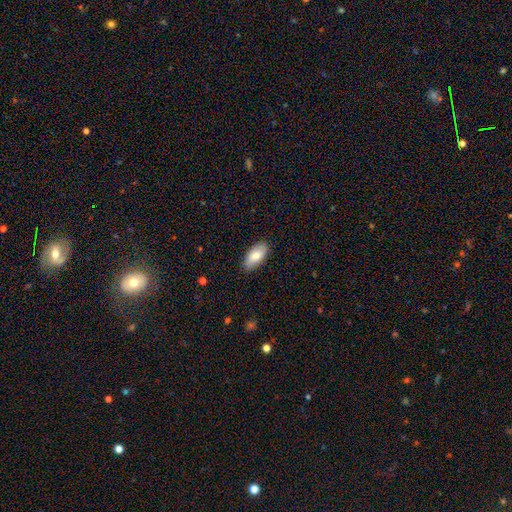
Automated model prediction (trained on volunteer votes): Smooth or featured: smooth — 76% (featured or disk — 18%)
How rounded: in between — 92% (cigar-shaped — 6%)
Merging: none — 88% (minor disturbance — 10%)